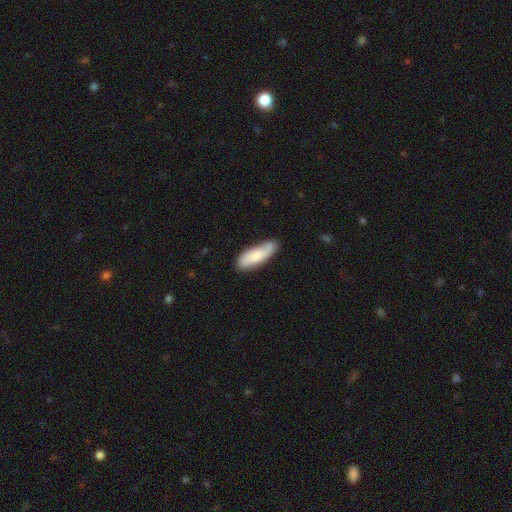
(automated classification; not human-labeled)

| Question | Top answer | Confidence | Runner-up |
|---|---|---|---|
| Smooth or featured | smooth | 70% | featured or disk (25%) |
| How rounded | in between | 60% | cigar-shaped (38%) |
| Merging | none | 77% | minor disturbance (18%) |